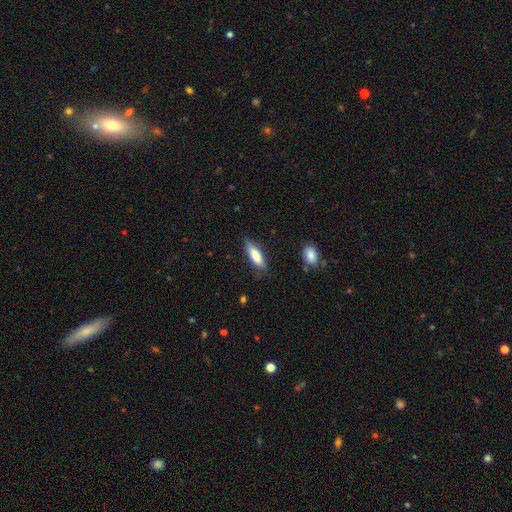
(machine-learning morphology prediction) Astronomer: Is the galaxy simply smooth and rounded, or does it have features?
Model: smooth — 78%.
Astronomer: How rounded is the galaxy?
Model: cigar-shaped — 53% (runner-up: in between, 45%).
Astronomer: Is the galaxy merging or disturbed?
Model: none — 76%.